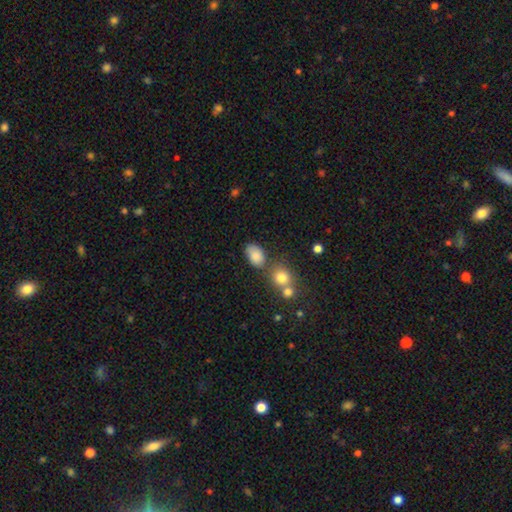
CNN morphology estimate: Smooth or featured?
  - smooth: 83% *
  - star or artifact: 10%
  - featured or disk: 7%
How rounded?
  - in between: 85% *
  - round: 13%
  - cigar-shaped: 1%
Merging?
  - none: 59% *
  - minor disturbance: 21%
  - merger: 14%
  - major disturbance: 6%